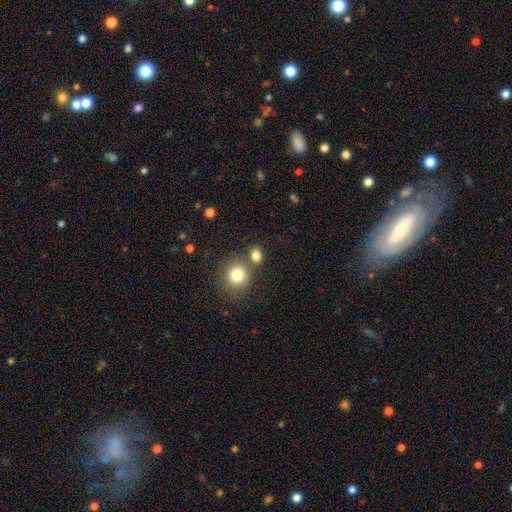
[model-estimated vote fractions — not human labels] Overall: smooth (81%). How rounded: round (66%; in between 32%). Merging: none (62%; merger 25%).